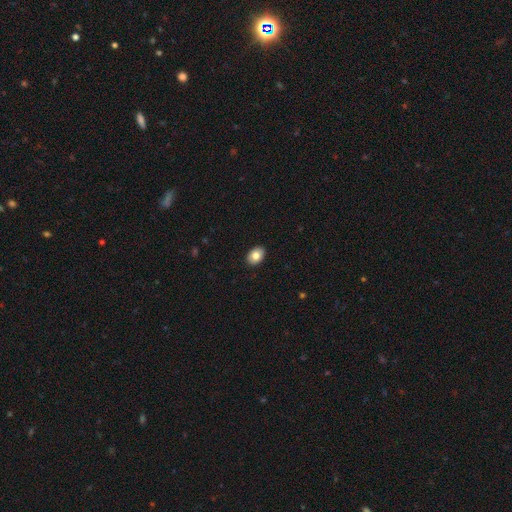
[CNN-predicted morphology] type=smooth (82%); roundness=in between (78%); merging=none (90%).